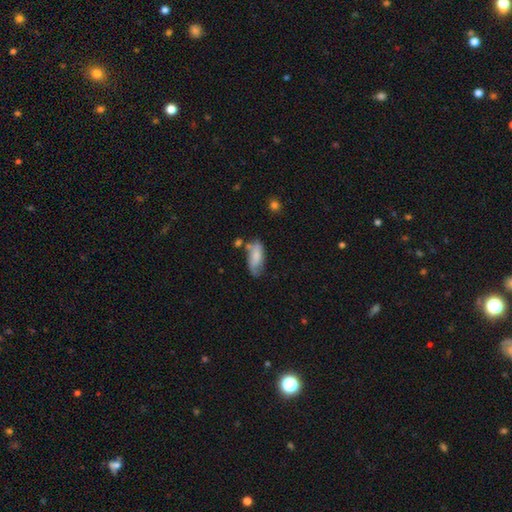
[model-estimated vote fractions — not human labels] A smooth galaxy with no disk features (73%) that is in between round and cigar-shaped (81%). Merging: none (50%).